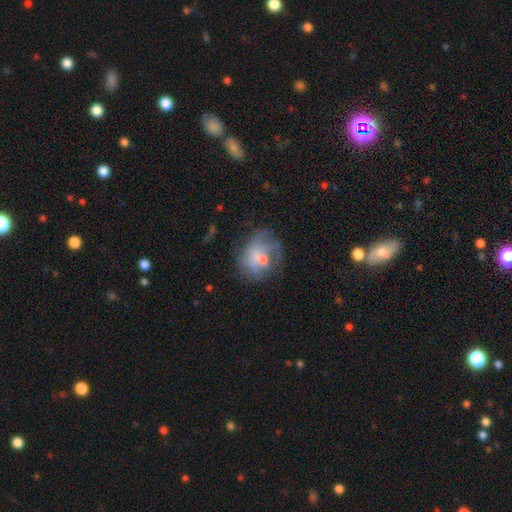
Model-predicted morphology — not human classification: smooth-or-featured: featured or disk: 52% | smooth: 36% | star or artifact: 12%
  disk-edge-on: no: 97% | yes: 3%
    bar: no: 75% | weak: 22% | strong: 4%
    has-spiral-arms: no: 52% | yes: 48%
    bulge-size: small: 54% | moderate: 35% | none: 7% | large: 2% | dominant: 1%
  merging: none: 47% | minor disturbance: 23% | major disturbance: 21% | merger: 8%